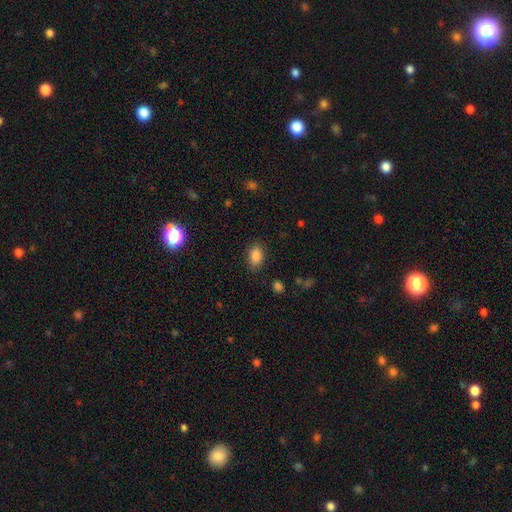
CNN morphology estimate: smooth-or-featured: smooth: 86% | star or artifact: 10% | featured or disk: 5%
  how-rounded: in between: 85% | round: 14% | cigar-shaped: 2%
  merging: none: 85% | minor disturbance: 11% | major disturbance: 3% | merger: 1%